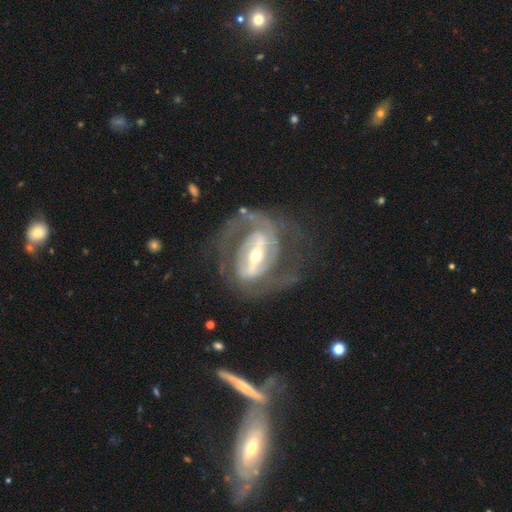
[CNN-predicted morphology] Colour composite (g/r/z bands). It shows a featured or disk galaxy (89%) with a strong bar (69%), 2 (71%) medium (43%) spiral arms (91%) and a small central bulge (53%). Merging: none (62%).